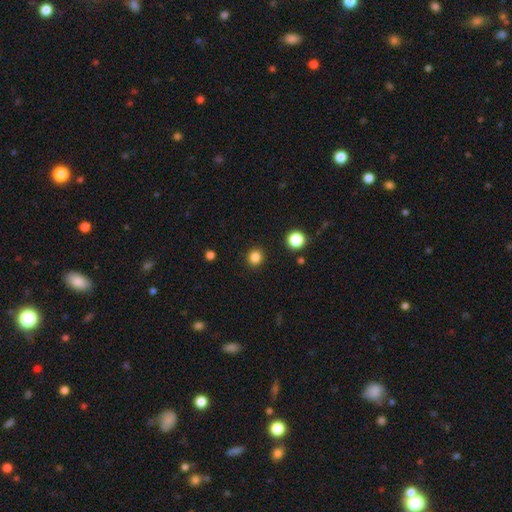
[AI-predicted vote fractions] smooth-or-featured: smooth: 83% | star or artifact: 13% | featured or disk: 4%
  how-rounded: round: 91% | in between: 8% | cigar-shaped: 1%
  merging: none: 91% | minor disturbance: 5% | major disturbance: 2% | merger: 1%